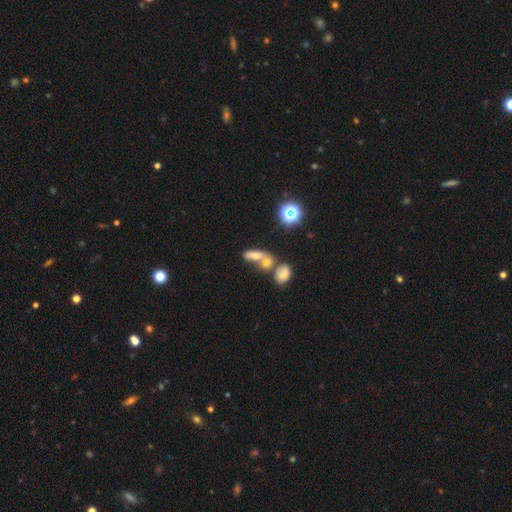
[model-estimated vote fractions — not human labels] Smooth or featured?
  - smooth: 54% *
  - featured or disk: 24%
  - star or artifact: 22%
How rounded?
  - in between: 64% *
  - cigar-shaped: 23%
  - round: 14%
Merging?
  - merger: 54% *
  - none: 28%
  - minor disturbance: 10%
  - major disturbance: 8%